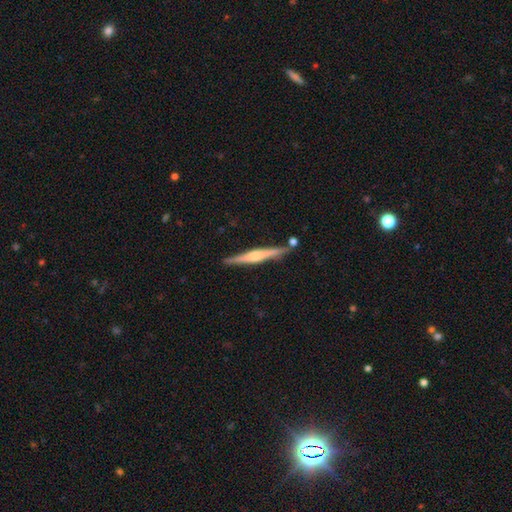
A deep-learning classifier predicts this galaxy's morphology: Smooth or featured: featured or disk — 71% (smooth — 24%)
Edge-on disk: yes — 98% (no — 2%)
Edge-on bulge: rounded — 74% (boxy — 16%)
Merging: none — 83% (minor disturbance — 10%)